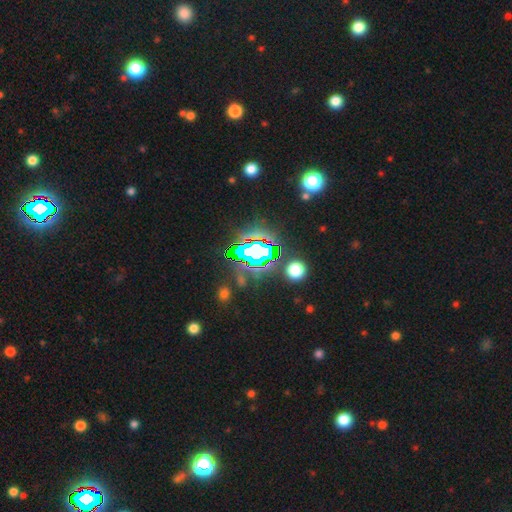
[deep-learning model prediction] This is likely a star or artifact rather than a galaxy (73%).